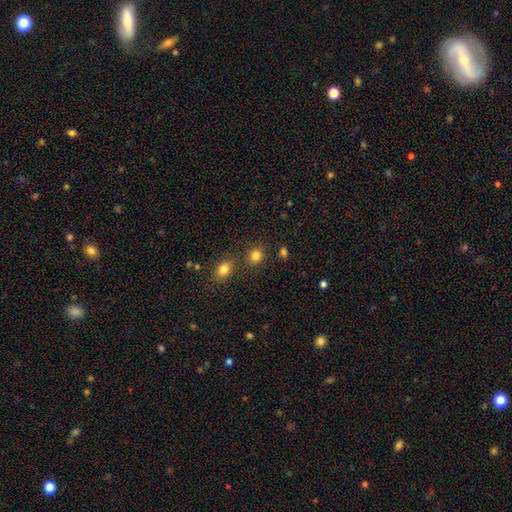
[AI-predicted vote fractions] This appears to be a smooth galaxy with no disk features (83%) that is round (75%). Merging: none (76%).